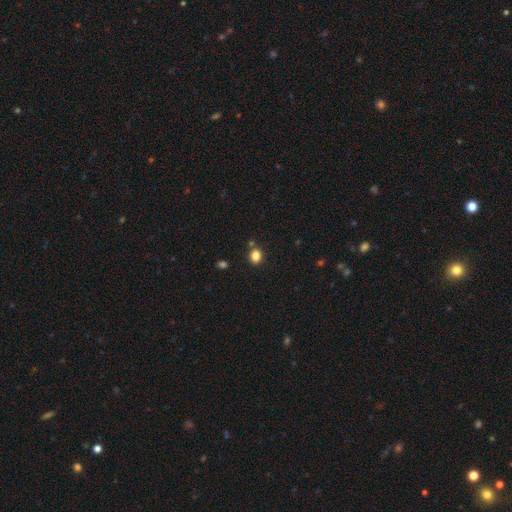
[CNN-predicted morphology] This is clearly a smooth galaxy (83%). How rounded: likely round (66%). Merging: likely none (79%).